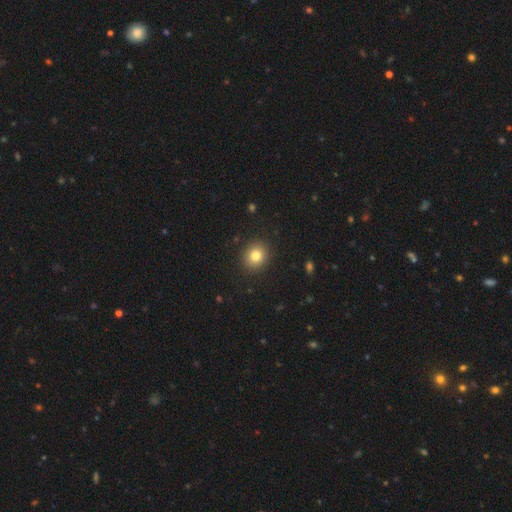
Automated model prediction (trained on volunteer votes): smooth_or_featured: smooth (p=0.81) [alt: star or artifact p=0.11]
how_rounded: round (p=0.77) [alt: in between p=0.22]
merging: none (p=0.90) [alt: minor disturbance p=0.07]